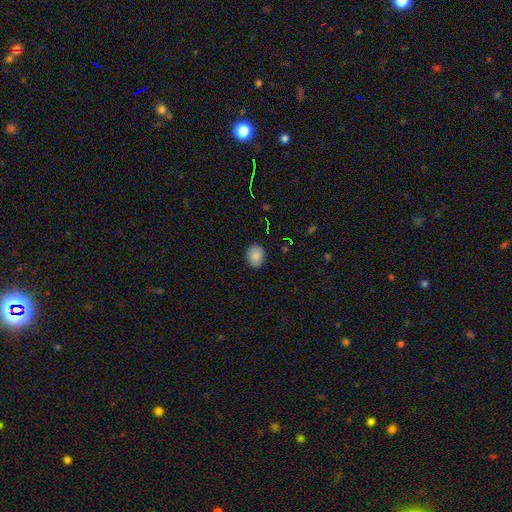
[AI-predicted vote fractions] This appears to be a smooth galaxy with no disk features (87%) that is round (50%). Merging: none (87%).